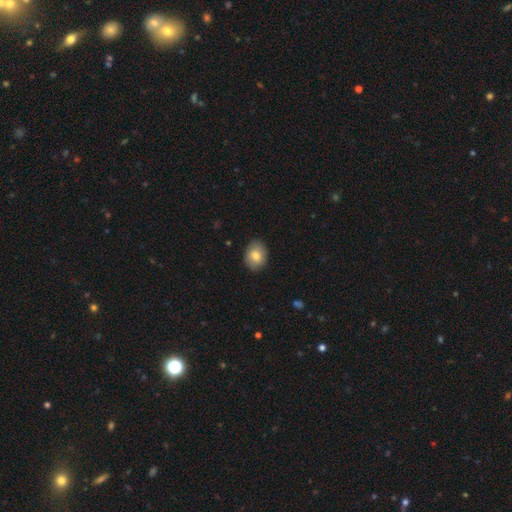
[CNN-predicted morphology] type=smooth (81%); roundness=in between (65%); merging=none (87%).